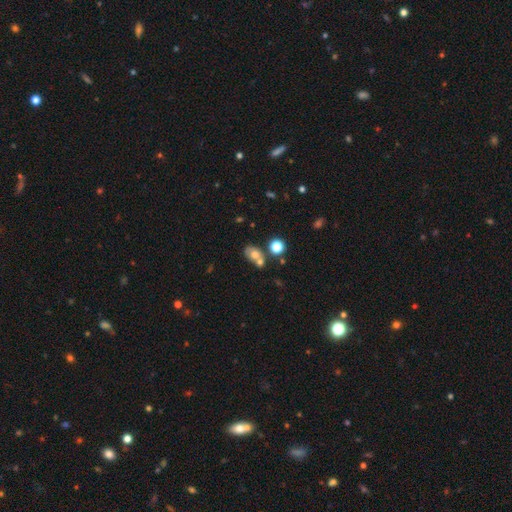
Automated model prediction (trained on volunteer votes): smooth 66%, featured or disk 21%, star or artifact 13%. Down the decision tree: how rounded — in between (65%); merging — merger (42%).